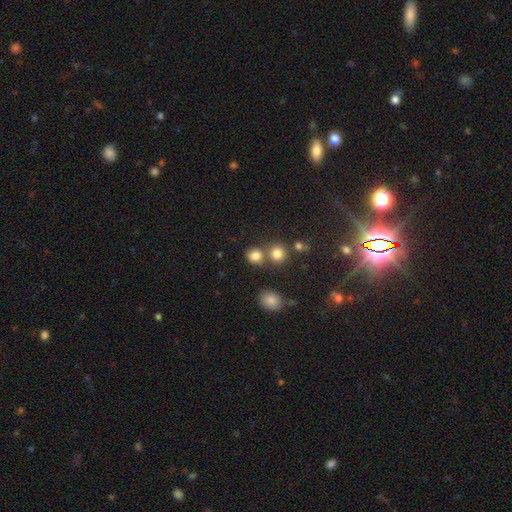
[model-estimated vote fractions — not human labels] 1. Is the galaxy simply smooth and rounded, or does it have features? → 80% smooth, 14% star or artifact, 6% featured or disk.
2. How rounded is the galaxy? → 81% round, 18% in between, 1% cigar-shaped.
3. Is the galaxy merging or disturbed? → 63% none, 26% merger, 8% minor disturbance, 3% major disturbance.